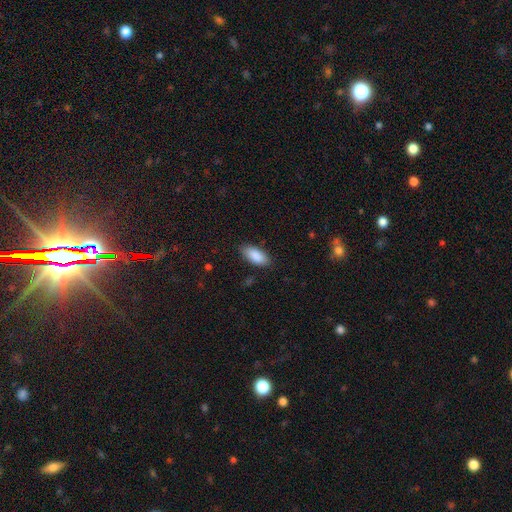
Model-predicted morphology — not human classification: Overall: smooth (89%). How rounded: in between (89%). Merging: none (85%).